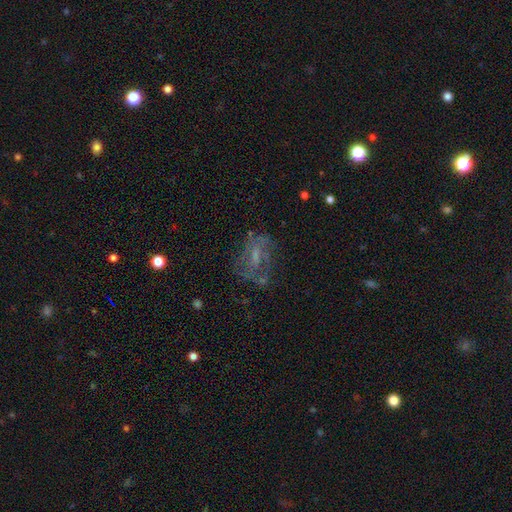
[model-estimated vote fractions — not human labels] Q: Smooth or featured?
A: featured or disk (57%); runner-up: smooth (26%)
Q: Edge-on disk?
A: no (94%); runner-up: yes (6%)
Q: Bar?
A: weak (44%); runner-up: no (39%)
Q: Spiral arms?
A: yes (51%); runner-up: no (49%)
Q: Bulge size?
A: small (36%); runner-up: none (33%)
Q: Merging?
A: none (55%); runner-up: major disturbance (22%)